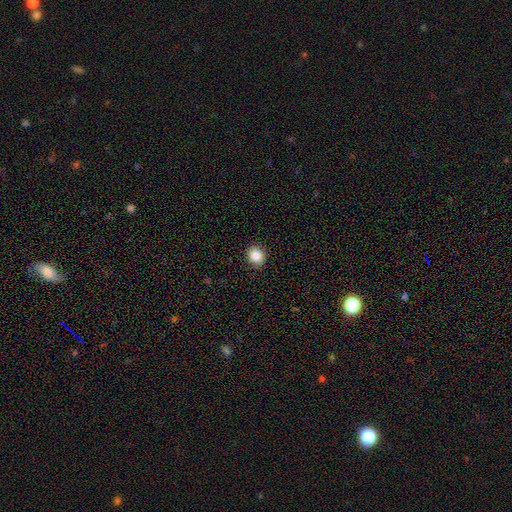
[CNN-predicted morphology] A smooth galaxy with no disk features (86%) that is round (78%). Merging: none (91%).